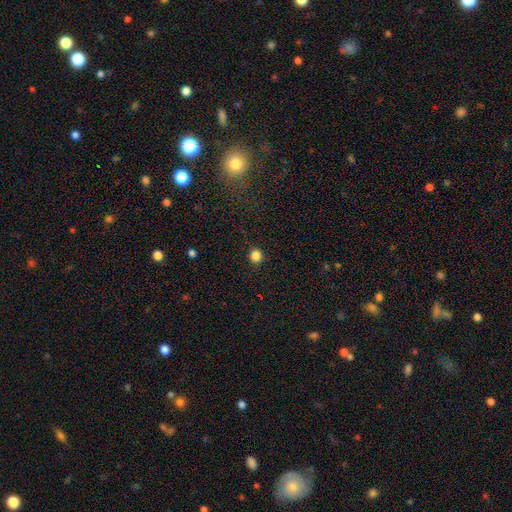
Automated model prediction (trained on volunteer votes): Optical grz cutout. It shows a smooth galaxy with no disk features (84%) that is round (87%). Merging: none (91%).